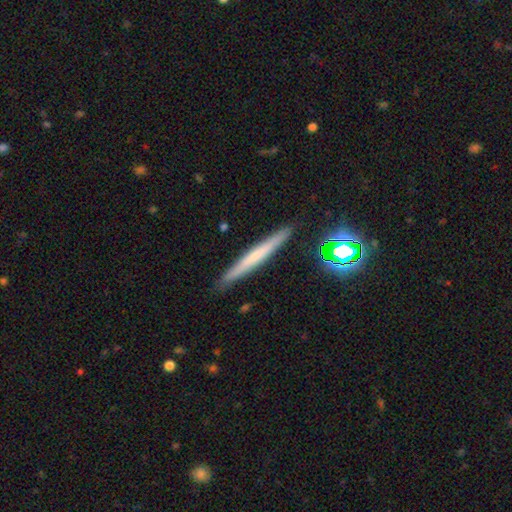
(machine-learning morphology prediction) smooth 50%, featured or disk 41%, star or artifact 9%. Down the decision tree: how rounded — cigar-shaped (96%); merging — none (91%).